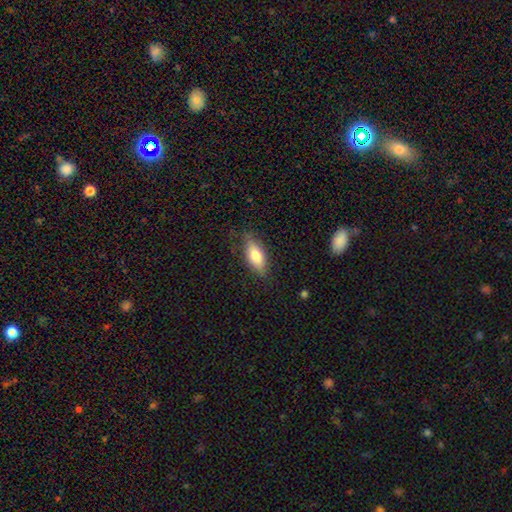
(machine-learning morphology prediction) smooth_or_featured: smooth (p=0.74) [alt: featured or disk p=0.20]
how_rounded: in between (p=0.77) [alt: cigar-shaped p=0.20]
merging: none (p=0.75) [alt: minor disturbance p=0.19]